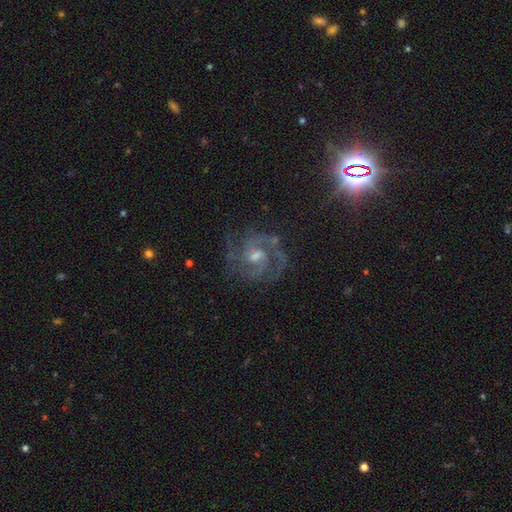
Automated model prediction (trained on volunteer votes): featured or disk 87%, star or artifact 8%, smooth 5%. Down the decision tree: edge-on disk — no (98%); bar — weak (49%); spiral arms — yes (98%); spiral arm count — 2 (46%); spiral winding — medium (48%); bulge size — moderate (51%); merging — none (74%).